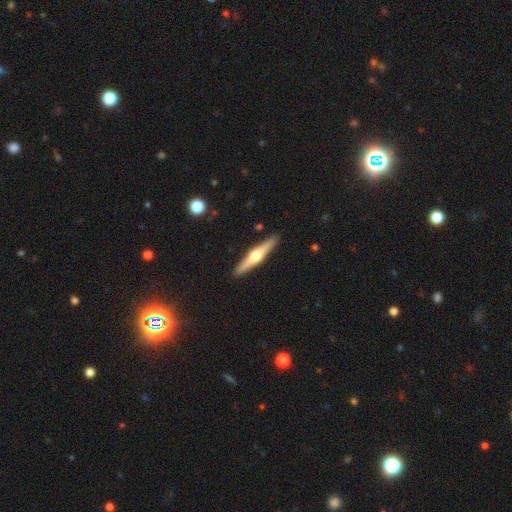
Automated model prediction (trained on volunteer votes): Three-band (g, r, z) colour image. It shows a featured or disk galaxy (64%) viewed edge-on (97%) with a rounded central bulge (93%). Merging: none (92%).